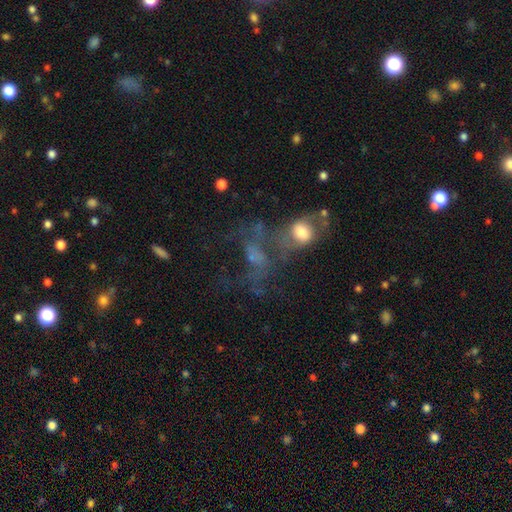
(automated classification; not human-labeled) The model was most divided on "merging": merger: 33%, major disturbance: 29%, none: 26%, minor disturbance: 12%. Remaining: smooth or featured — featured or disk (46%).